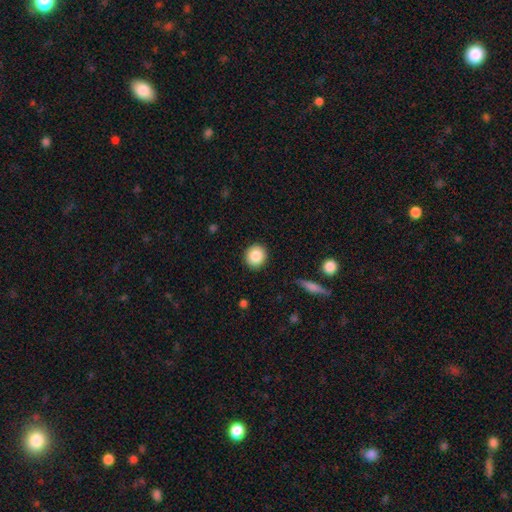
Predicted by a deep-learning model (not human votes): Smooth or featured?
  - smooth: 86% *
  - star or artifact: 8%
  - featured or disk: 5%
How rounded?
  - round: 88% *
  - in between: 11%
  - cigar-shaped: 1%
Merging?
  - none: 91% *
  - minor disturbance: 6%
  - major disturbance: 2%
  - merger: 1%